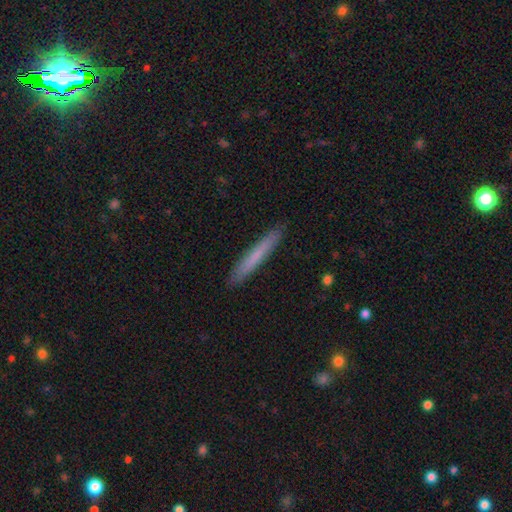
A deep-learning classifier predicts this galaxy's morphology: smooth-or-featured: smooth: 70% | featured or disk: 25% | star or artifact: 6%
  how-rounded: cigar-shaped: 96% | in between: 2% | round: 1%
  merging: none: 91% | minor disturbance: 6% | major disturbance: 1% | merger: 1%